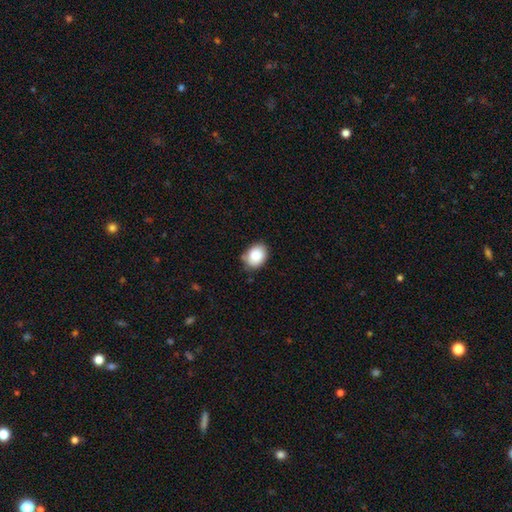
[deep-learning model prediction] The model was most divided on "how rounded": in between: 65%, round: 34%, cigar-shaped: 1%. More confident: smooth or featured — smooth (87%); merging — none (74%).